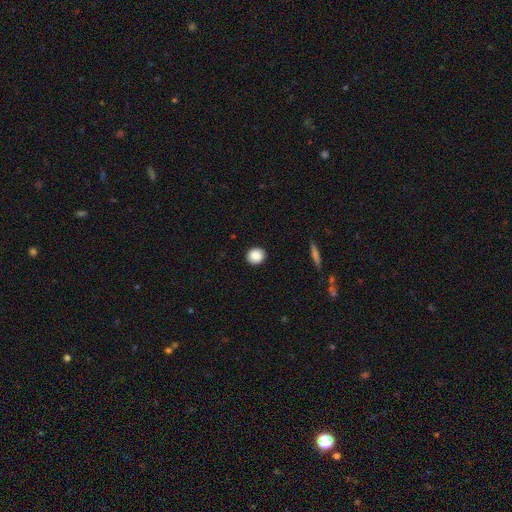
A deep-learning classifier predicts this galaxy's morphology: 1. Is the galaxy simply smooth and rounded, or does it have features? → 87% smooth, 8% star or artifact, 5% featured or disk.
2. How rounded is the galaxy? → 87% round, 12% in between, 1% cigar-shaped.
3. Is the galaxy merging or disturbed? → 92% none, 5% minor disturbance, 2% major disturbance, 1% merger.